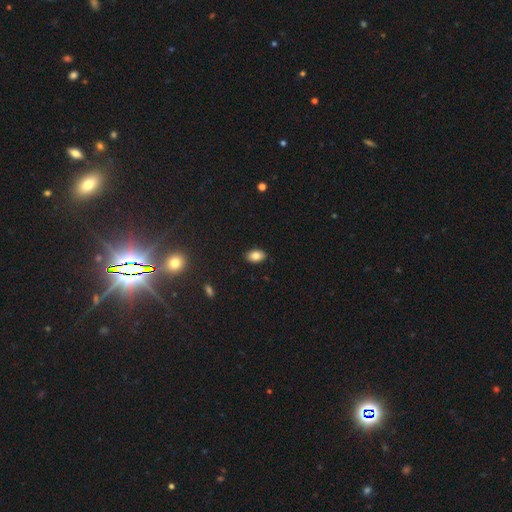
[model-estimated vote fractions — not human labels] This appears to be a smooth galaxy with no disk features (84%) that is in between round and cigar-shaped (89%). Merging: none (89%).